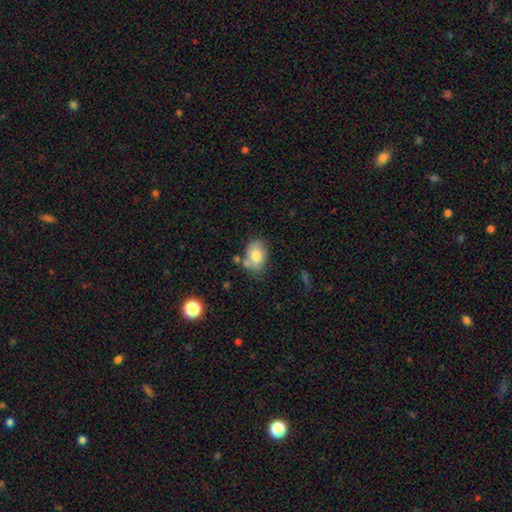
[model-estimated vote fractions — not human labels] smooth-or-featured: smooth: 76% | featured or disk: 16% | star or artifact: 8%
  how-rounded: in between: 80% | round: 19% | cigar-shaped: 1%
  merging: none: 63% | minor disturbance: 21% | merger: 12% | major disturbance: 5%